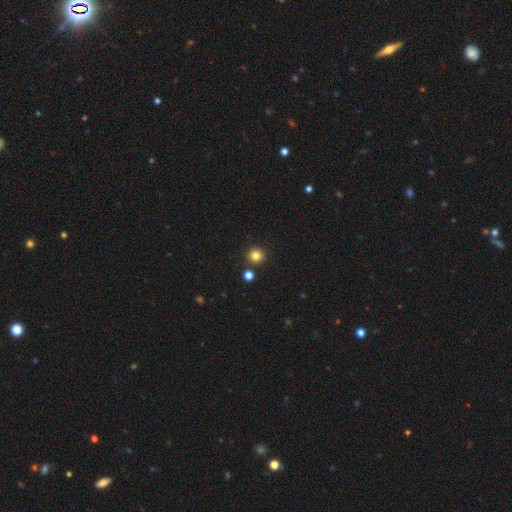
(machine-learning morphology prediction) A smooth galaxy with no disk features (82%) that is round (92%).

Vote fractions:
- Smooth or featured? smooth: 82% / star or artifact: 13% / featured or disk: 5%
- How rounded? round: 92% / in between: 7% / cigar-shaped: 1%
- Merging? none: 87% / minor disturbance: 6% / merger: 5% / major disturbance: 2%